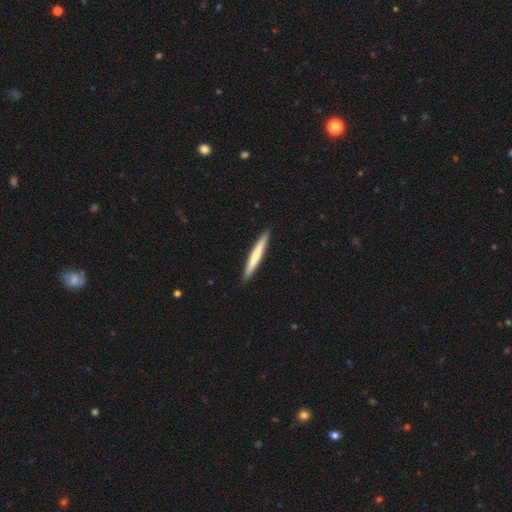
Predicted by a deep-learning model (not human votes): A smooth galaxy with no disk features (63%) that is cigar-shaped (96%). Merging: none (92%).